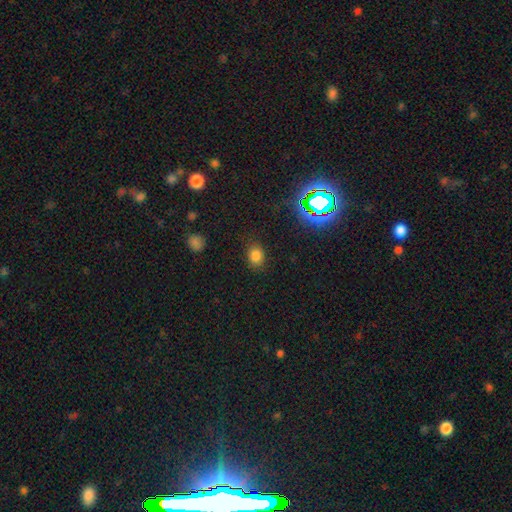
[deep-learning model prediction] Smooth or featured? Predicted: smooth (p=0.78). How rounded? Predicted: in between (p=0.53). Merging? Predicted: none (p=0.82).